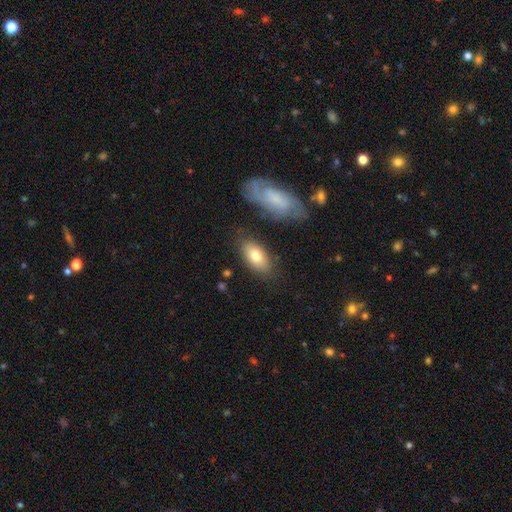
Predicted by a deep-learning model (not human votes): A smooth galaxy with no disk features (76%) that is in between round and cigar-shaped (91%).

Vote fractions:
- Smooth or featured? smooth: 76% / featured or disk: 18% / star or artifact: 6%
- How rounded? in between: 91% / cigar-shaped: 5% / round: 4%
- Merging? none: 76% / minor disturbance: 14% / merger: 6% / major disturbance: 4%